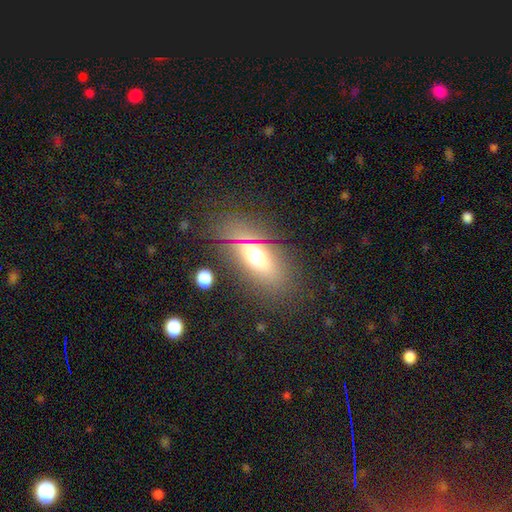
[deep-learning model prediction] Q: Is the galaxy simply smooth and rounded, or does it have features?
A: smooth — 54%.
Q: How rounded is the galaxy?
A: in between — 74%.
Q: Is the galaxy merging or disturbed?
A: none — 72%.